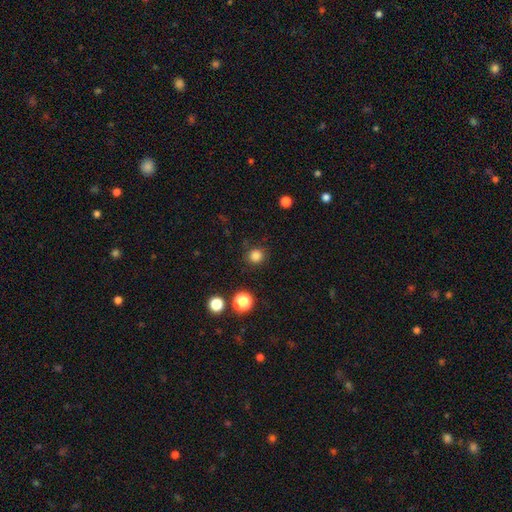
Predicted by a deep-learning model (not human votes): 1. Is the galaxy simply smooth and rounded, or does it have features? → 83% smooth, 13% star or artifact, 4% featured or disk.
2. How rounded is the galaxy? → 90% round, 9% in between, 1% cigar-shaped.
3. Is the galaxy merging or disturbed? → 88% none, 8% minor disturbance, 3% major disturbance, 2% merger.